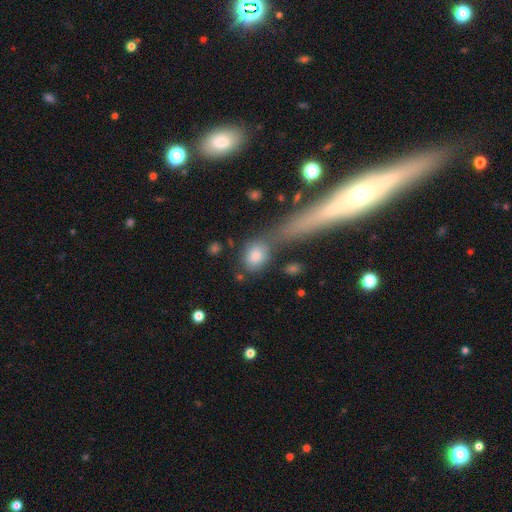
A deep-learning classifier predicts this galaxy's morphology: Smooth or featured?
  - smooth: 80% *
  - featured or disk: 11%
  - star or artifact: 9%
How rounded?
  - in between: 64% *
  - round: 33%
  - cigar-shaped: 3%
Merging?
  - none: 51% *
  - merger: 29%
  - minor disturbance: 13%
  - major disturbance: 7%